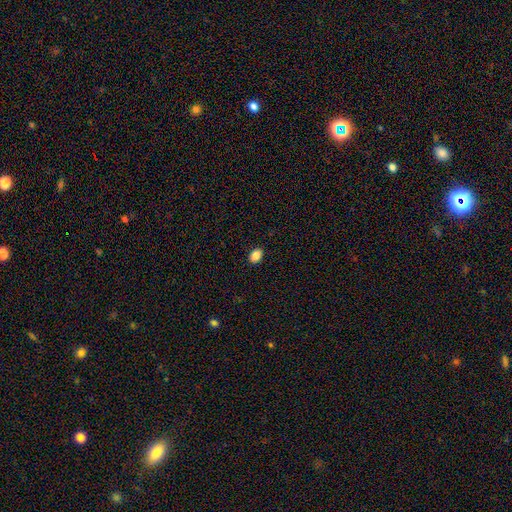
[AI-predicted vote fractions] The model was most divided on "how rounded": in between: 75%, round: 24%, cigar-shaped: 1%. More confident: merging — none (89%); smooth or featured — smooth (87%).